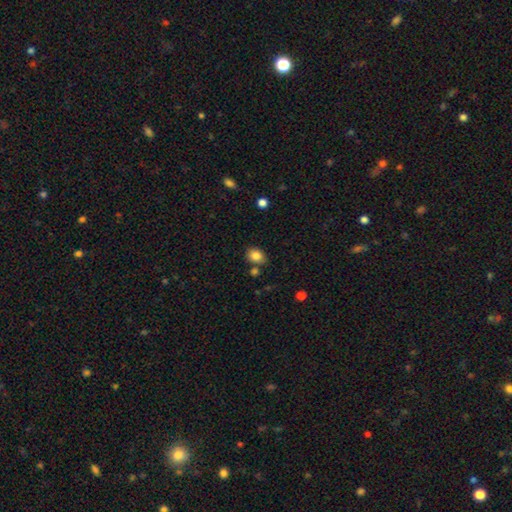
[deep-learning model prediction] Morphology: type=smooth (85%); roundness=in between (53%); merging=none (76%).